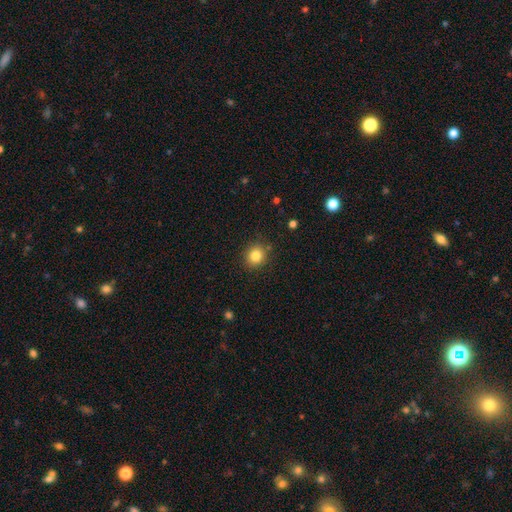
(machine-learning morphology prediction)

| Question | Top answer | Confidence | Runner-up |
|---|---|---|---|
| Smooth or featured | smooth | 83% | star or artifact (11%) |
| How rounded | round | 85% | in between (15%) |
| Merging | none | 86% | minor disturbance (9%) |